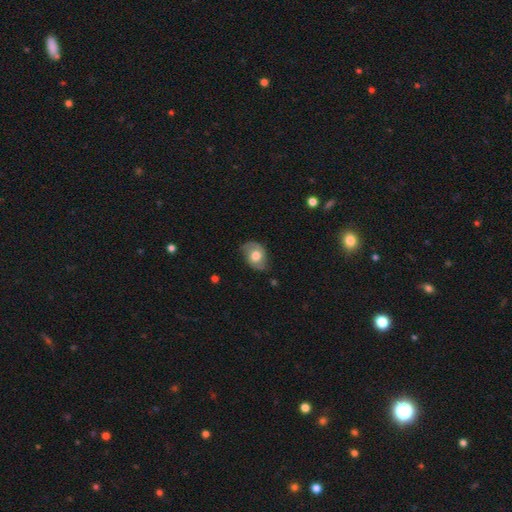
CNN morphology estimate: This appears to be a smooth galaxy with no disk features (52%) that is in between round and cigar-shaped (68%). Merging: none (61%).